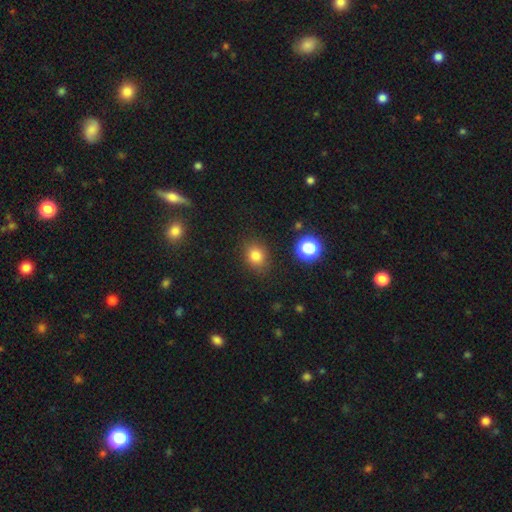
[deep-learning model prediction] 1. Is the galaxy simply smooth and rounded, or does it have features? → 80% smooth, 14% star or artifact, 6% featured or disk.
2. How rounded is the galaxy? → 61% round, 38% in between, 1% cigar-shaped.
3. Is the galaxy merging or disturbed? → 85% none, 10% minor disturbance, 3% major disturbance, 2% merger.